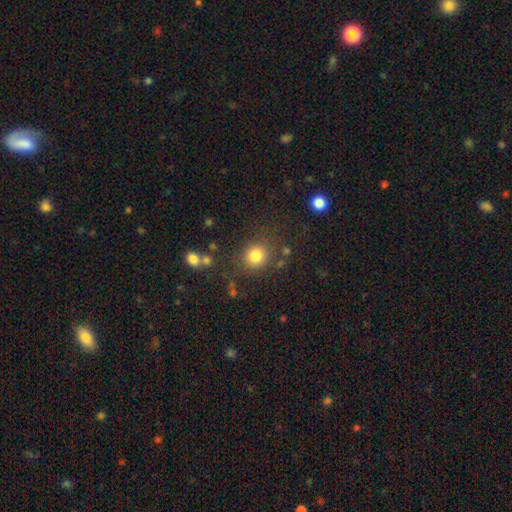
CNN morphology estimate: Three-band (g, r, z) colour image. It shows a smooth galaxy with no disk features (82%) that is round (85%). Merging: none (80%).